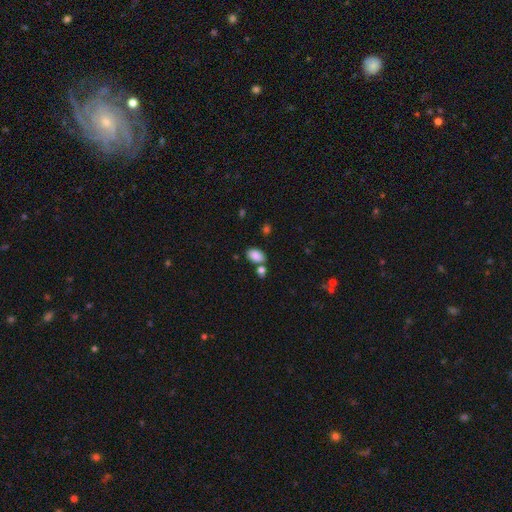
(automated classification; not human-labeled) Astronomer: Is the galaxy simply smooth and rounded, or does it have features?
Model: smooth — 86%.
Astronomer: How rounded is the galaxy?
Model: in between — 88%.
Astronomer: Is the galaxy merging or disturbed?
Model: none — 65%.